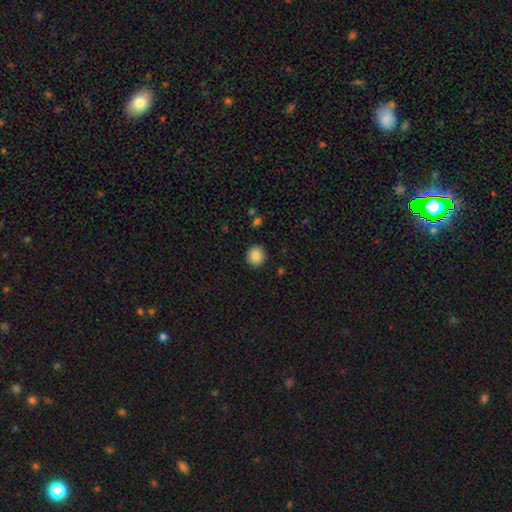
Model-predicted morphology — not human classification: The model was most divided on "how rounded": round: 89%, in between: 10%, cigar-shaped: 1%. More confident: merging — none (91%); smooth or featured — smooth (87%).